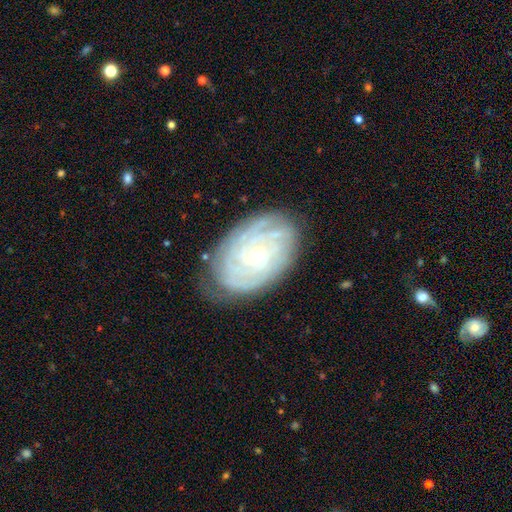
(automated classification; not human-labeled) Smooth or featured?
  - featured or disk: 83% *
  - smooth: 10%
  - star or artifact: 6%
Edge-on disk?
  - no: 96% *
  - yes: 4%
Bar?
  - no: 75% *
  - weak: 20%
  - strong: 5%
Spiral arms?
  - yes: 96% *
  - no: 4%
Spiral winding?
  - tight: 83% *
  - medium: 14%
  - loose: 3%
Spiral arm count?
  - can't tell: 33% *
  - 4: 22%
  - 3: 14%
  - more than 4: 13%
  - 2: 12%
  - 1: 6%
Bulge size?
  - small: 78% *
  - moderate: 19%
  - none: 2%
  - large: 1%
  - dominant: 1%
Merging?
  - none: 77% *
  - minor disturbance: 17%
  - major disturbance: 5%
  - merger: 1%